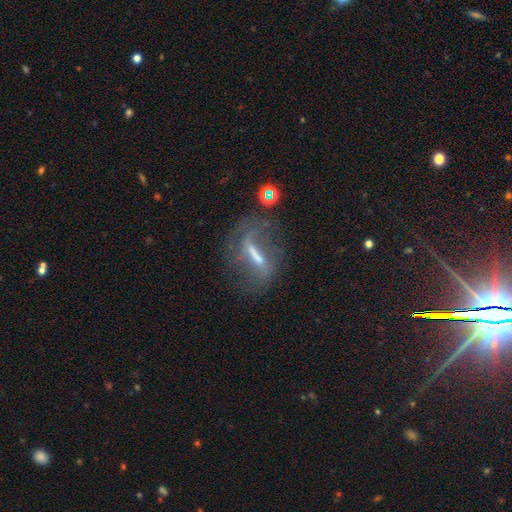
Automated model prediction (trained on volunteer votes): Smooth or featured? Predicted: featured or disk (p=0.66). Edge-on disk? Predicted: no (p=0.74). Merging? Predicted: none (p=0.53).